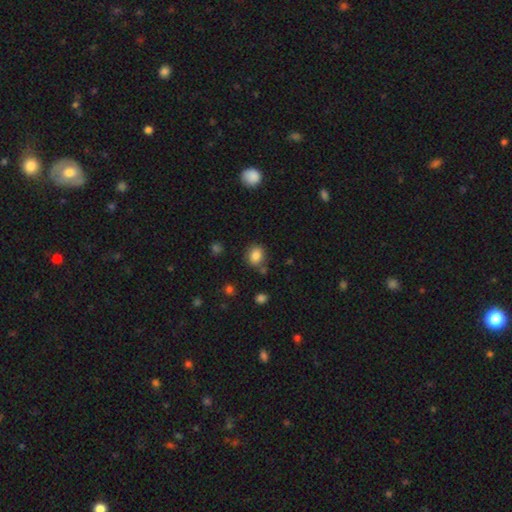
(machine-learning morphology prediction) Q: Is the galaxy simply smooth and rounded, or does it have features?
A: smooth — 83%.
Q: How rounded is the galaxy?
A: round — 54%.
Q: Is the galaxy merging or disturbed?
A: none — 77%.